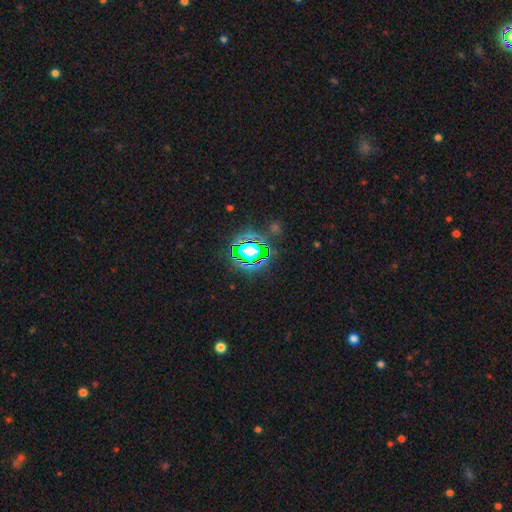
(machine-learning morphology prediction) Smooth or featured?
  - star or artifact: 79% *
  - smooth: 13%
  - featured or disk: 8%